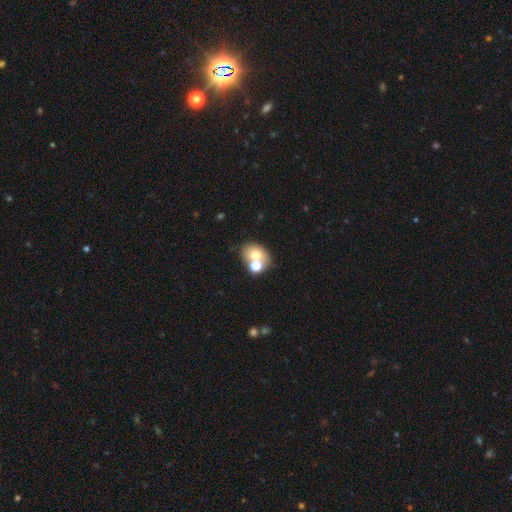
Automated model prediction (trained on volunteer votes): smooth_or_featured: smooth (p=0.67) [alt: featured or disk p=0.20]
how_rounded: in between (p=0.55) [alt: round p=0.44]
merging: none (p=0.49) [alt: merger p=0.38]